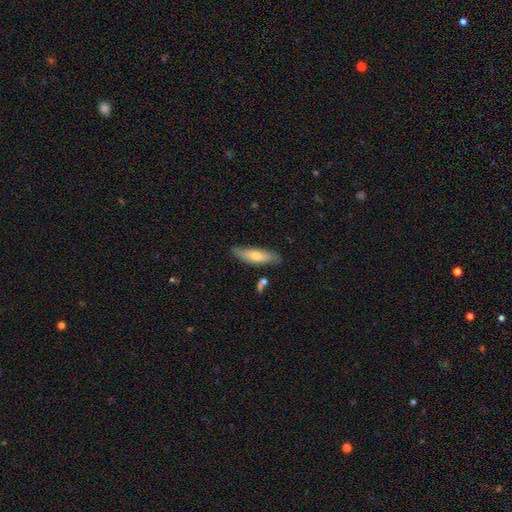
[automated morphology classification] Smooth or featured?
  - smooth: 62% *
  - featured or disk: 32%
  - star or artifact: 6%
How rounded?
  - cigar-shaped: 56% *
  - in between: 42%
  - round: 2%
Merging?
  - none: 71% *
  - minor disturbance: 21%
  - major disturbance: 4%
  - merger: 4%